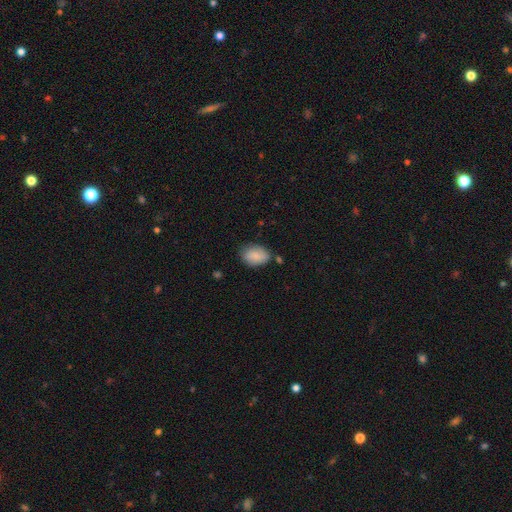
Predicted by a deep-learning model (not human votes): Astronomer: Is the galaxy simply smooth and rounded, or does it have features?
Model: smooth — 83%.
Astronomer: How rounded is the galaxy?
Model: in between — 82%.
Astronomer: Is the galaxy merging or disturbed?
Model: none — 71%.